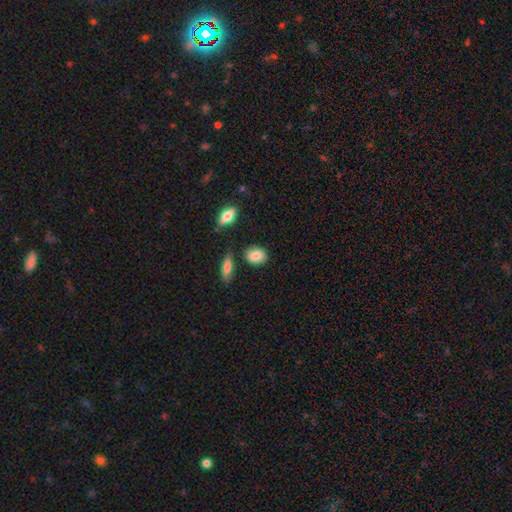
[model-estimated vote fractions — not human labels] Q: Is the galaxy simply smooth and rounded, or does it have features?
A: smooth — 83%.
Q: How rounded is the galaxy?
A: in between — 59%.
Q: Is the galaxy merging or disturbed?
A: none — 81%.